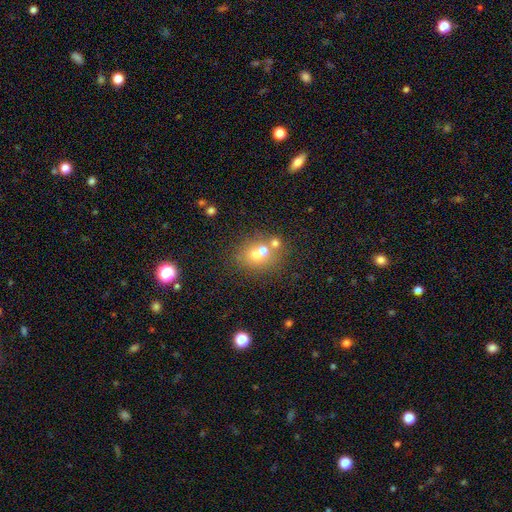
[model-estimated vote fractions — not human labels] Q: Smooth or featured?
A: smooth (58%); runner-up: featured or disk (24%)
Q: How rounded?
A: round (70%); runner-up: in between (29%)
Q: Merging?
A: none (46%); runner-up: merger (39%)